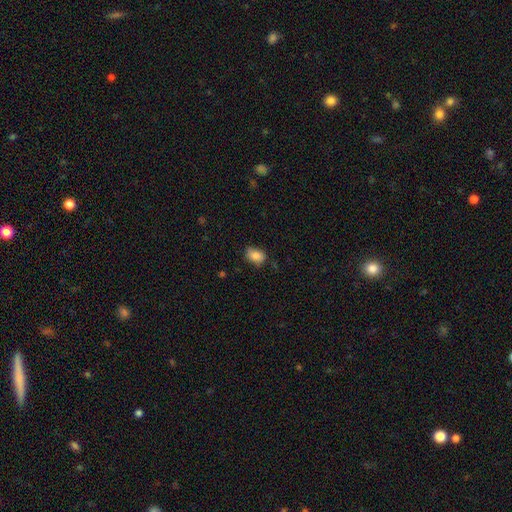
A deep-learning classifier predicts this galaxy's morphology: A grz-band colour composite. It shows a smooth galaxy with no disk features (84%) that is in between round and cigar-shaped (79%). Merging: none (70%).